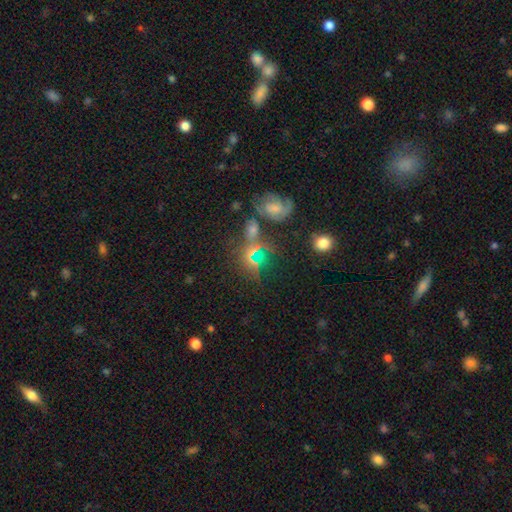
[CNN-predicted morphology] type=star or artifact (52%).